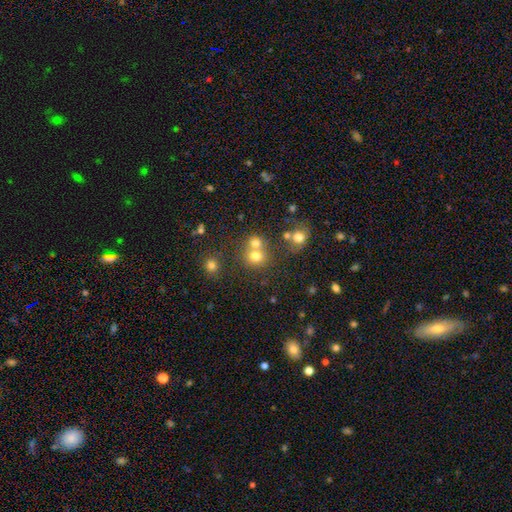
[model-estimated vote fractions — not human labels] smooth-or-featured: smooth: 72% | star or artifact: 17% | featured or disk: 11%
  how-rounded: round: 85% | in between: 14% | cigar-shaped: 1%
  merging: none: 50% | merger: 40% | minor disturbance: 7% | major disturbance: 3%